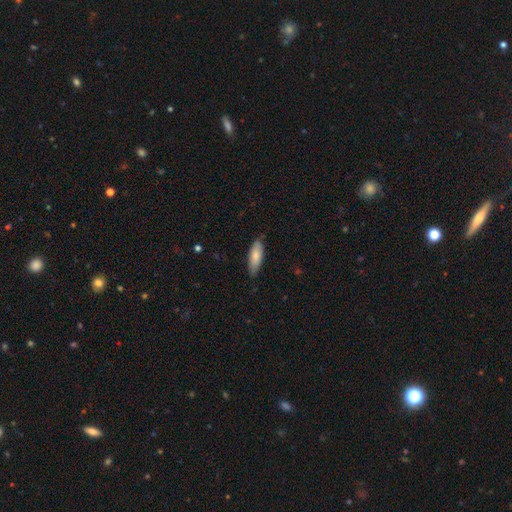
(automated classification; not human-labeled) This appears to be a smooth galaxy with no disk features (80%) that is in between round and cigar-shaped (66%). Merging: none (78%).